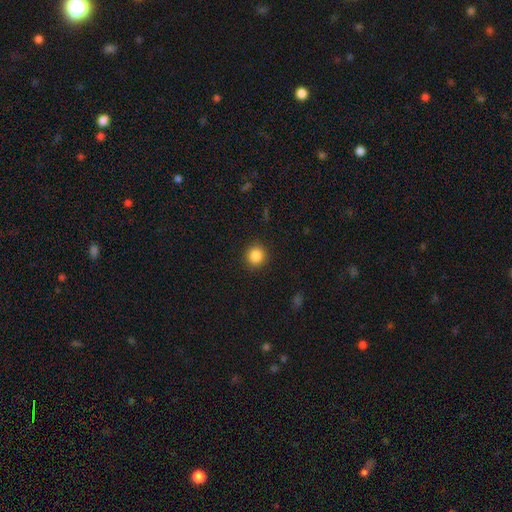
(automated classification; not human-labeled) smooth-or-featured: smooth: 86% | star or artifact: 10% | featured or disk: 4%
  how-rounded: round: 89% | in between: 10% | cigar-shaped: 1%
  merging: none: 91% | minor disturbance: 6% | major disturbance: 2% | merger: 1%